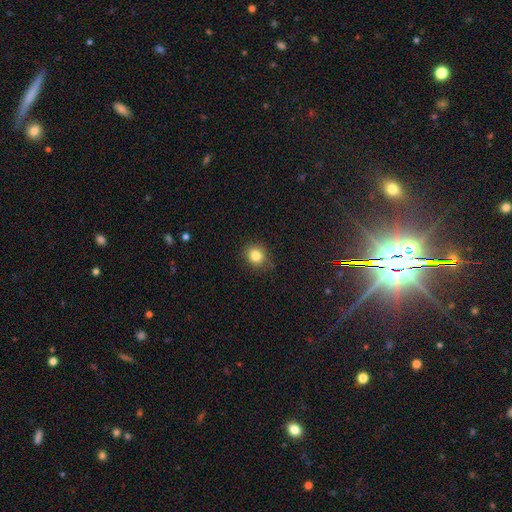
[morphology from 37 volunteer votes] Smooth or featured: smooth — 86% (featured or disk — 8%)
How rounded: round — 81% (in between — 19%)
Merging: none — 86% (minor disturbance — 14%)